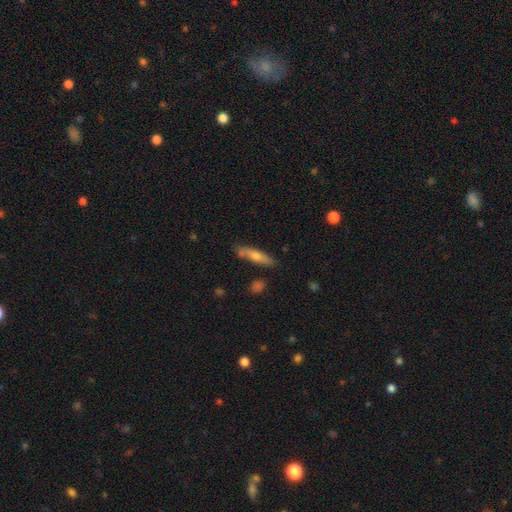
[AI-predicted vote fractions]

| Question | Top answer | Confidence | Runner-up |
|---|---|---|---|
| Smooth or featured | smooth | 58% | featured or disk (35%) |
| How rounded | cigar-shaped | 80% | in between (18%) |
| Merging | none | 77% | minor disturbance (15%) |